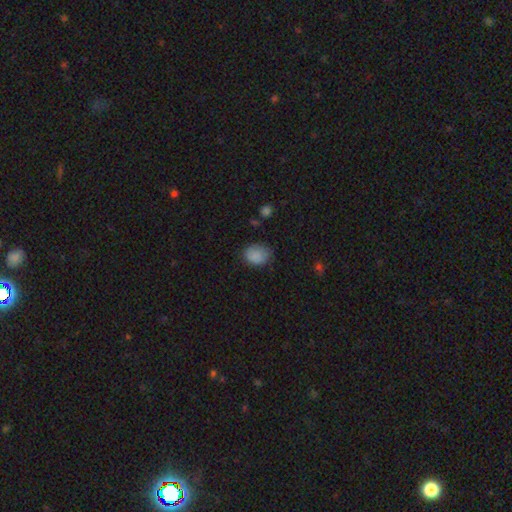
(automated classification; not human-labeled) Morphology: type=smooth (85%); roundness=in between (58%); merging=none (67%).